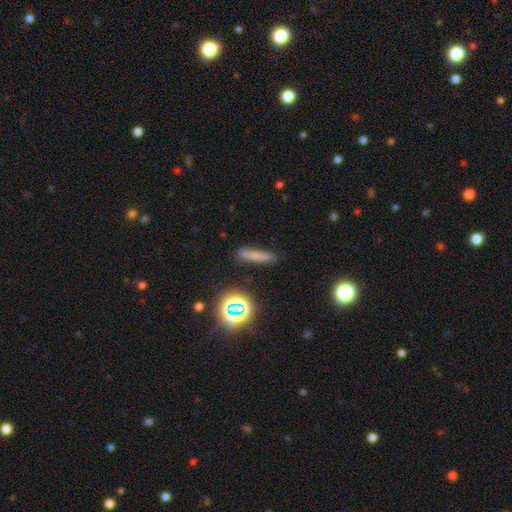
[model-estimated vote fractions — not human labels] Smooth or featured? Predicted: smooth (p=0.67). How rounded? Predicted: cigar-shaped (p=0.86). Merging? Predicted: none (p=0.84).